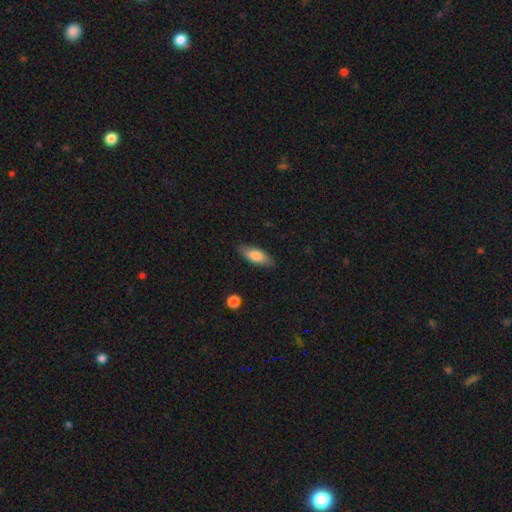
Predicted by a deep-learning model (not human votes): smooth-or-featured: smooth: 79% | featured or disk: 15% | star or artifact: 6%
  how-rounded: in between: 72% | cigar-shaped: 26% | round: 2%
  merging: none: 84% | minor disturbance: 13% | major disturbance: 3% | merger: 1%